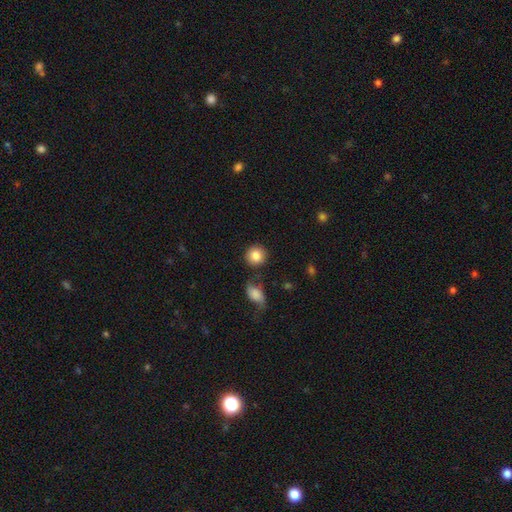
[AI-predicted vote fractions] smooth-or-featured: smooth: 84% | star or artifact: 8% | featured or disk: 8%
  how-rounded: round: 90% | in between: 9% | cigar-shaped: 1%
  merging: none: 82% | minor disturbance: 9% | merger: 6% | major disturbance: 3%